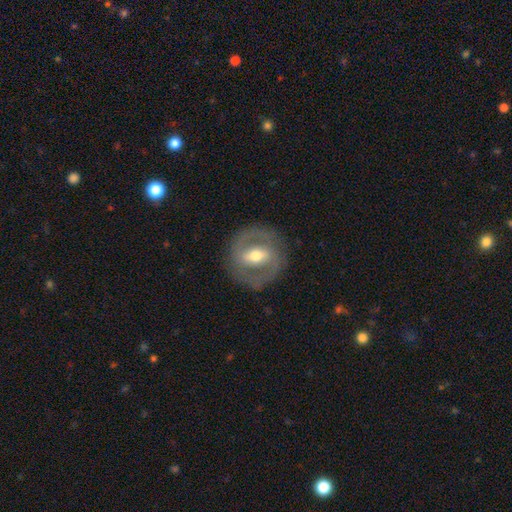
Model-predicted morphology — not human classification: featured or disk 75%, smooth 19%, star or artifact 5%. Down the decision tree: edge-on disk — no (94%); bar — strong (46%); spiral arms — yes (66%); bulge size — moderate (68%); merging — none (82%).